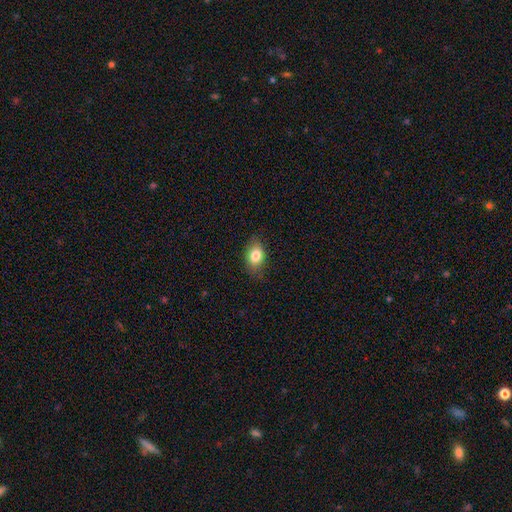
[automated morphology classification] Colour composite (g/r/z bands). It shows a smooth galaxy with no disk features (81%) that is in between round and cigar-shaped (80%). Merging: none (79%).